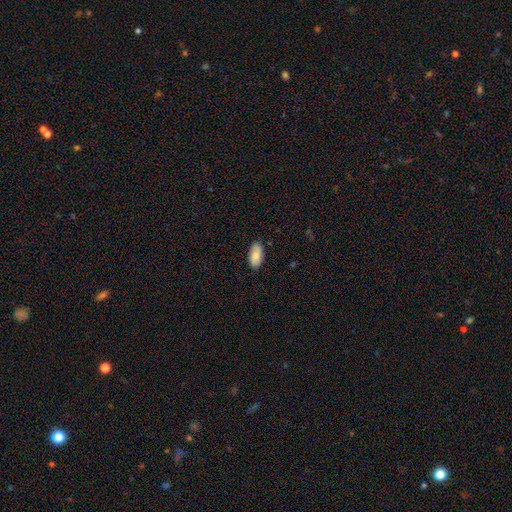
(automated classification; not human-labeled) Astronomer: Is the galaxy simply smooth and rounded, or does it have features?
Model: smooth — 86%.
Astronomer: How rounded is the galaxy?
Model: in between — 93%.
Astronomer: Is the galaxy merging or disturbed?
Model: none — 87%.